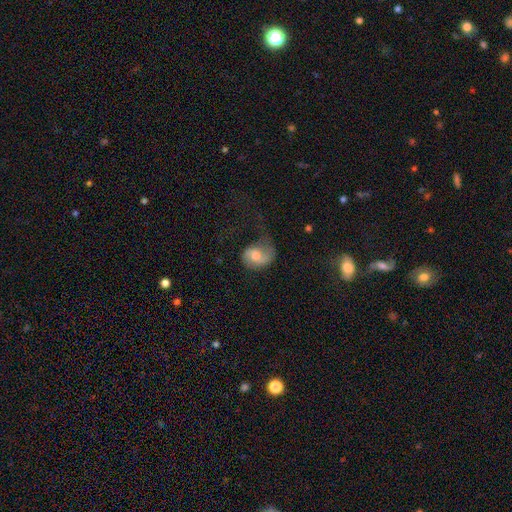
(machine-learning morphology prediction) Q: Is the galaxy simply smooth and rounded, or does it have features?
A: smooth — 47%.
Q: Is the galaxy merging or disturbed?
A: none — 39%.